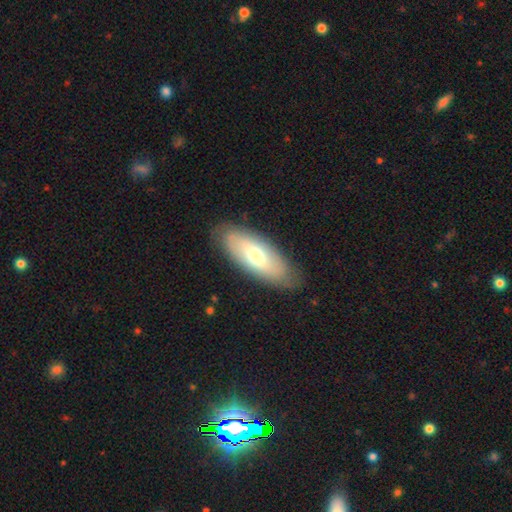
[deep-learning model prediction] smooth 61%, featured or disk 32%, star or artifact 6%. Down the decision tree: how rounded — in between (77%); merging — none (83%).